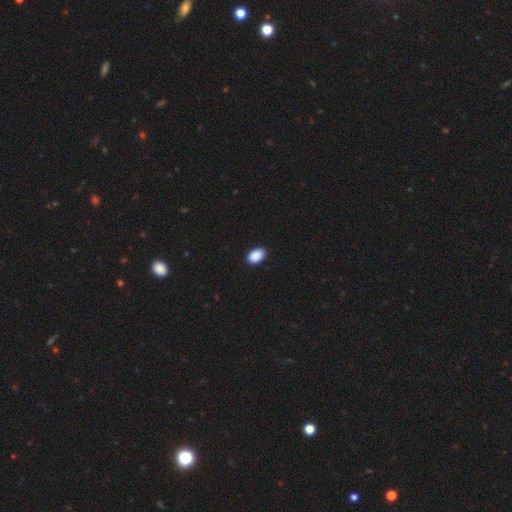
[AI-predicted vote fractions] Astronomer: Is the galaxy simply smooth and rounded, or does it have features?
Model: smooth — 91%.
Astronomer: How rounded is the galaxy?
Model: in between — 90%.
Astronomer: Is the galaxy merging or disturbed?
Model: none — 89%.